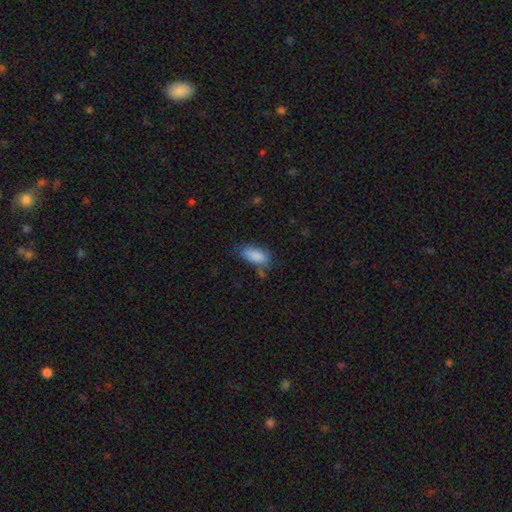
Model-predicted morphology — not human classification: This appears to be a smooth galaxy with no disk features (87%) that is in between round and cigar-shaped (89%). Merging: none (62%).